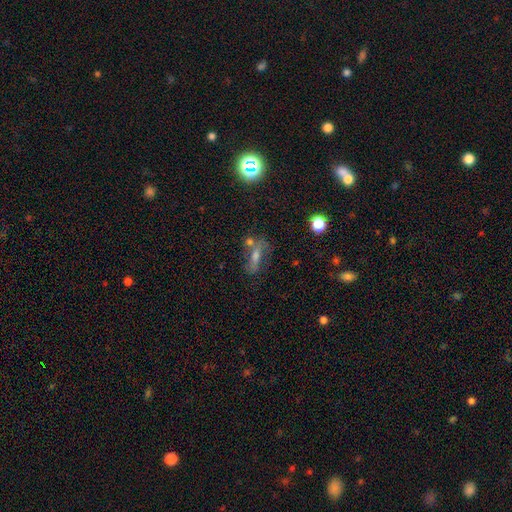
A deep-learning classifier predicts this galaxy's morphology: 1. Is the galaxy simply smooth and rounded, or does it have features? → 39% featured or disk, 37% smooth, 25% star or artifact.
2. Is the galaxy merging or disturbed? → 51% none, 20% merger, 17% minor disturbance, 12% major disturbance.